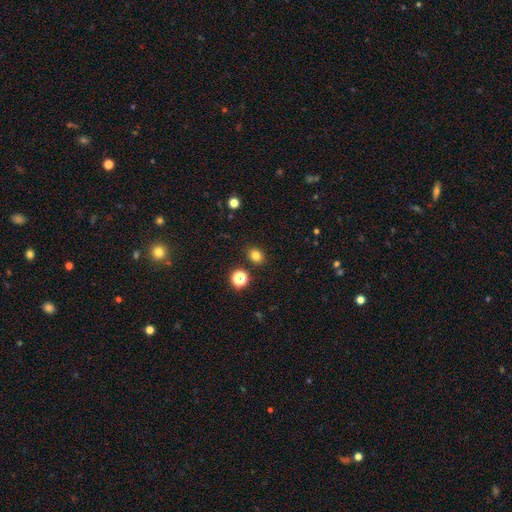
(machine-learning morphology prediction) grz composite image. It shows a smooth galaxy with no disk features (79%) that is round (63%). Merging: none (87%).